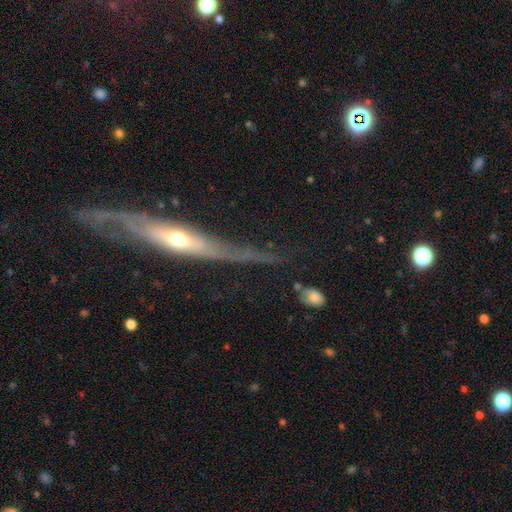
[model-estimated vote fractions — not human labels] A featured or disk galaxy (80%) viewed edge-on (66%) with a rounded central bulge (77%). Merging: none (59%).